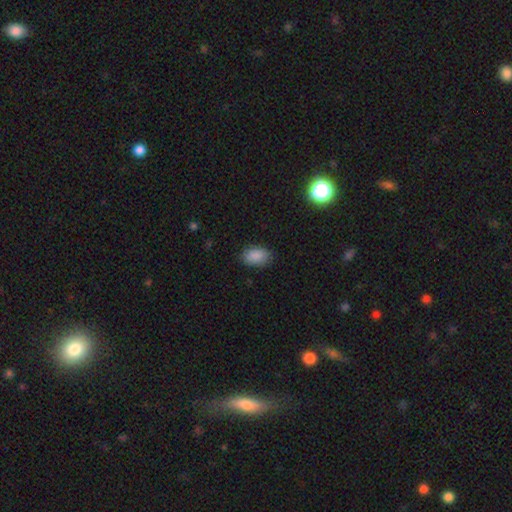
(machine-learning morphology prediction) This is clearly a smooth galaxy (88%). How rounded: clearly in between (89%). Merging: clearly none (83%).